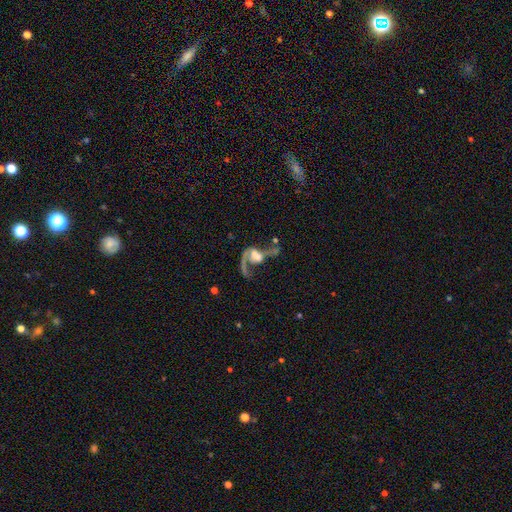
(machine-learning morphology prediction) Overall: featured or disk (68%). Edge-on disk: no (96%). Bar: no (58%; weak 30%). Spiral arms: yes (75%). Bulge size: moderate (28%; large 25%). Merging: major disturbance (36%; merger 33%).